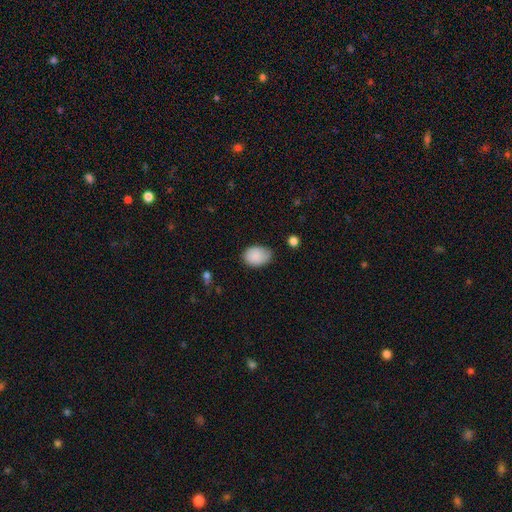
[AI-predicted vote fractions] Q: Smooth or featured?
A: smooth (89%); runner-up: star or artifact (7%)
Q: How rounded?
A: in between (77%); runner-up: round (22%)
Q: Merging?
A: none (68%); runner-up: minor disturbance (26%)